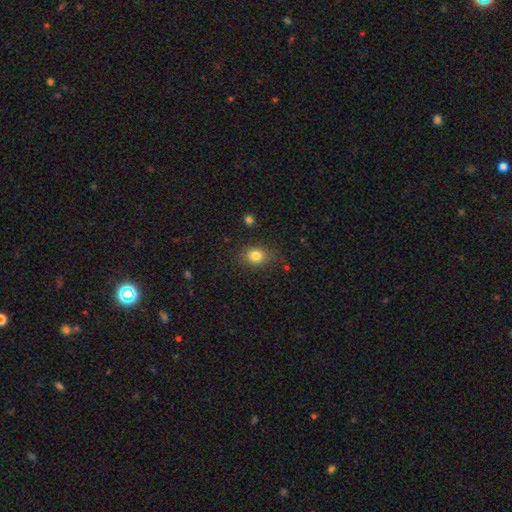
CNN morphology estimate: Smooth or featured? Predicted: smooth (p=0.82). How rounded? Predicted: round (p=0.60). Merging? Predicted: none (p=0.77).